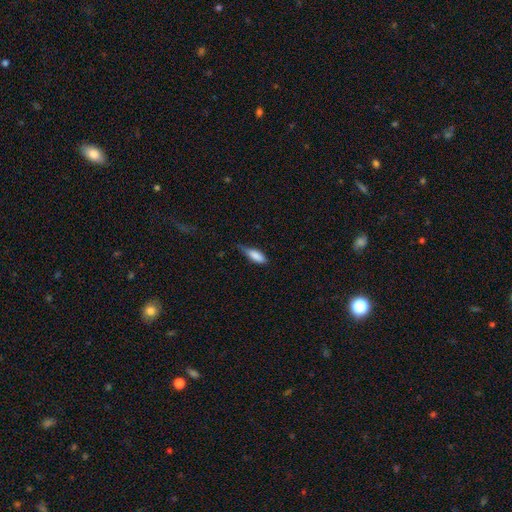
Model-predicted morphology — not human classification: smooth_or_featured: smooth (p=0.82) [alt: featured or disk p=0.11]
how_rounded: in between (p=0.61) [alt: cigar-shaped p=0.36]
merging: minor disturbance (p=0.45) [alt: none p=0.41]